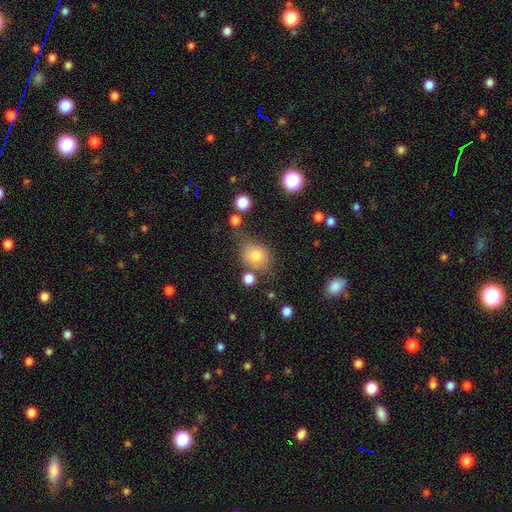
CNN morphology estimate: This appears to be a smooth galaxy with no disk features (77%) that is round (58%). Merging: none (59%).